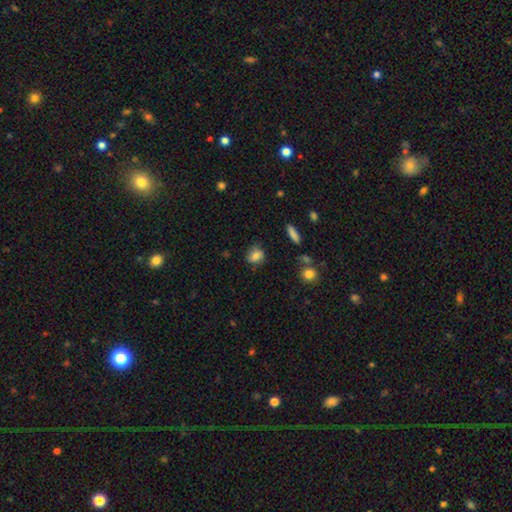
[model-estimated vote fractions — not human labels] Smooth or featured? smooth (79%)
How rounded? round (59%)
Merging? none (73%)